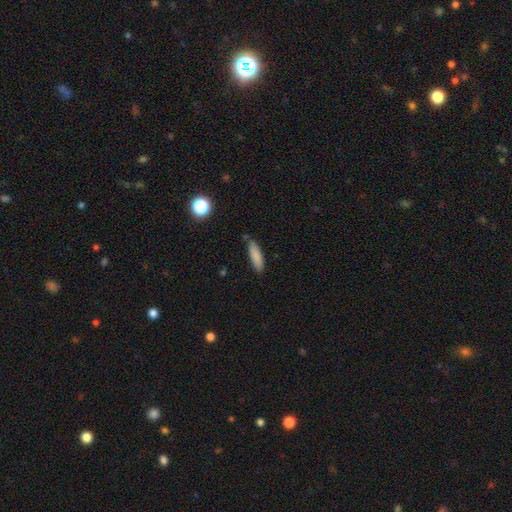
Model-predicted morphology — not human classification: A smooth galaxy with no disk features (85%) that is cigar-shaped (63%).

Vote fractions:
- Smooth or featured? smooth: 85% / featured or disk: 8% / star or artifact: 8%
- How rounded? cigar-shaped: 63% / in between: 35% / round: 2%
- Merging? none: 80% / minor disturbance: 14% / merger: 3% / major disturbance: 3%